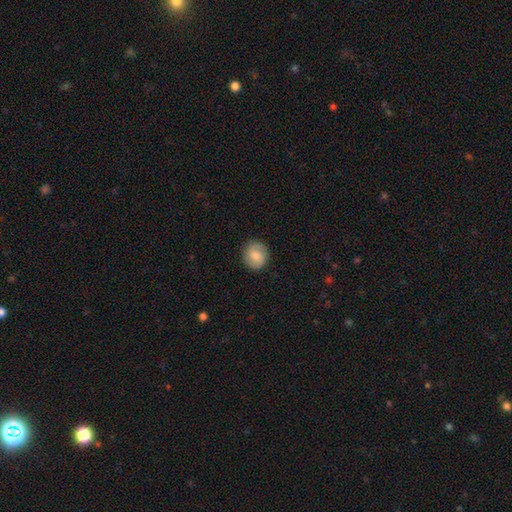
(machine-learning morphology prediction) Smooth or featured: smooth — 73% (featured or disk — 20%)
How rounded: round — 83% (in between — 16%)
Merging: none — 87% (minor disturbance — 10%)